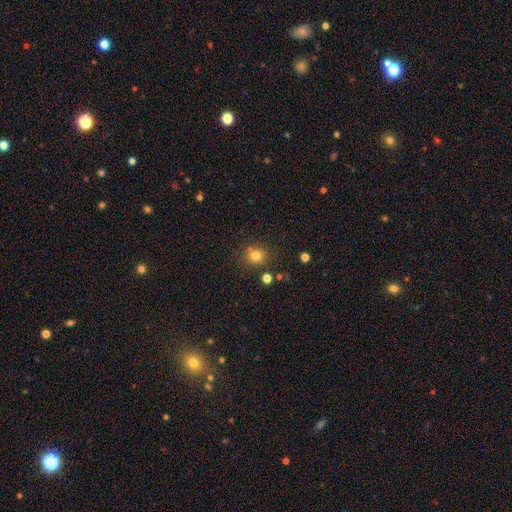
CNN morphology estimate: Smooth or featured: smooth — 78% (star or artifact — 15%)
How rounded: round — 83% (in between — 16%)
Merging: none — 76% (minor disturbance — 11%)